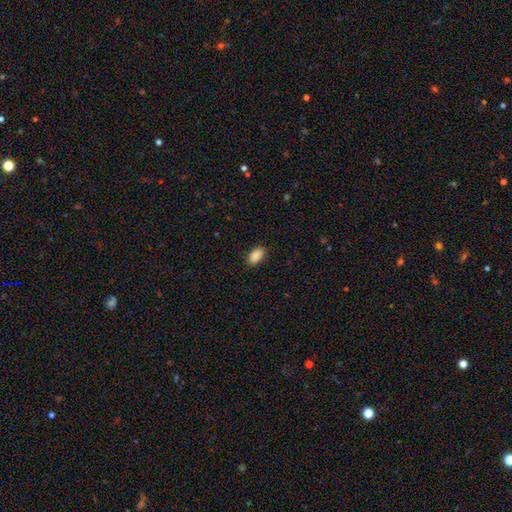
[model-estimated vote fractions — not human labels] smooth-or-featured: smooth: 90% | star or artifact: 7% | featured or disk: 3%
  how-rounded: in between: 93% | round: 5% | cigar-shaped: 2%
  merging: none: 87% | minor disturbance: 10% | major disturbance: 2% | merger: 1%